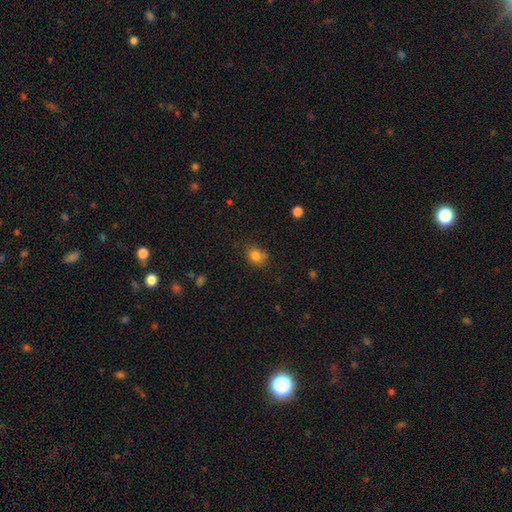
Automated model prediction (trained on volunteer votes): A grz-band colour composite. It shows a smooth galaxy with no disk features (82%) that is round (52%). Merging: none (61%).